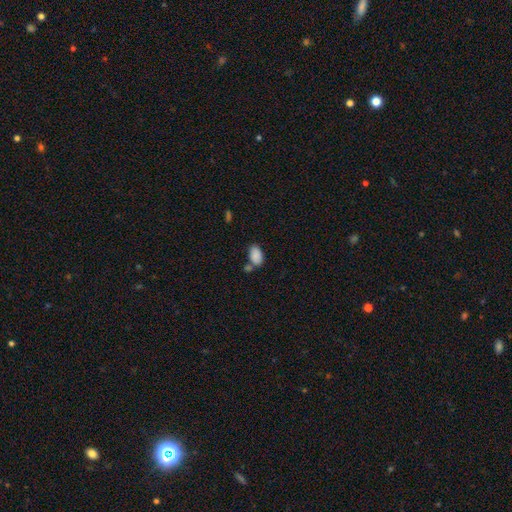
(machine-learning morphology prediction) Smooth or featured? Predicted: smooth (p=0.87). How rounded? Predicted: in between (p=0.92). Merging? Predicted: none (p=0.56).